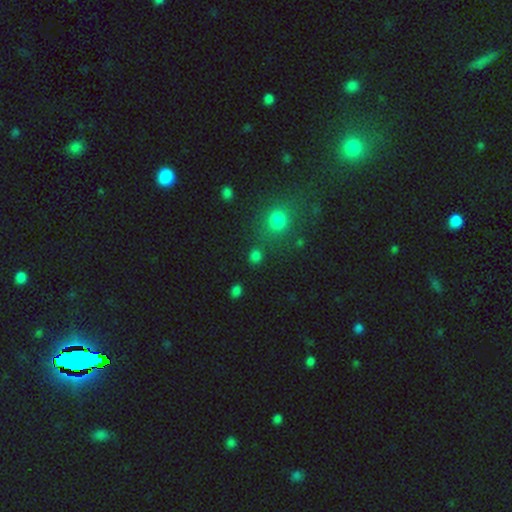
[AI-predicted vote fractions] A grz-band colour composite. It shows a smooth galaxy with no disk features (75%) that is round (83%). Merging: none (80%).